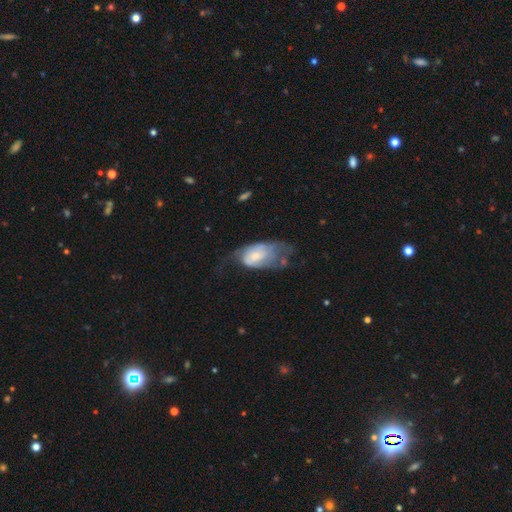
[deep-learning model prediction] A featured or disk galaxy (52%).

Vote fractions:
- Smooth or featured? featured or disk: 52% / smooth: 41% / star or artifact: 7%
- Edge-on disk? no: 94% / yes: 6%
- Merging? major disturbance: 45% / minor disturbance: 26% / none: 25% / merger: 5%